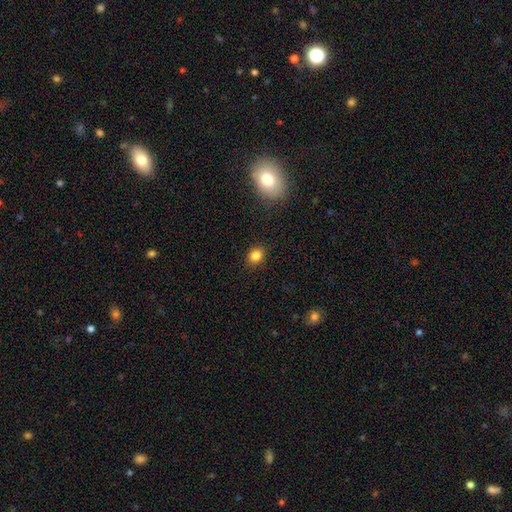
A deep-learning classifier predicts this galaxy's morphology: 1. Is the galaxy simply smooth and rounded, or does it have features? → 83% smooth, 12% star or artifact, 5% featured or disk.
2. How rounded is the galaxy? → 58% round, 41% in between, 1% cigar-shaped.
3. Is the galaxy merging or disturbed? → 89% none, 7% minor disturbance, 2% major disturbance, 1% merger.